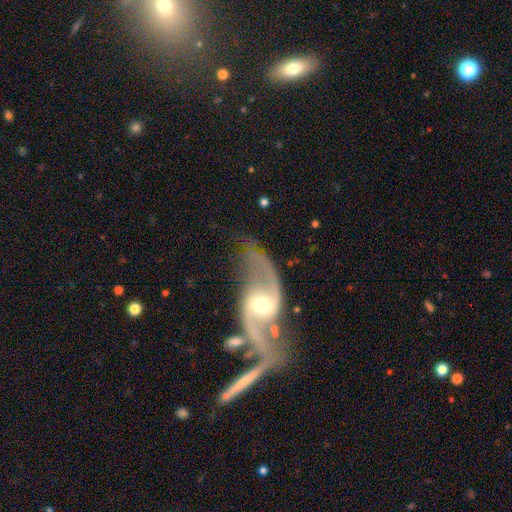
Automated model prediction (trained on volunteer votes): A featured or disk galaxy (89%) with no bar (43%), 2 (93%) loose (66%) spiral arms (96%) and a moderate central bulge (54%).

Vote fractions:
- Smooth or featured? featured or disk: 89% / star or artifact: 6% / smooth: 5%
- Edge-on disk? no: 96% / yes: 4%
- Bar? no: 43% / weak: 37% / strong: 20%
- Spiral arms? yes: 96% / no: 4%
- Spiral winding? loose: 66% / medium: 27% / tight: 7%
- Spiral arm count? 2: 93% / can't tell: 2% / 1: 2% / 3: 1% / 4: 1% / more than 4: 1%
- Bulge size? moderate: 54% / small: 40% / large: 4% / none: 1% / dominant: 1%
- Merging? none: 62% / minor disturbance: 16% / major disturbance: 12% / merger: 10%